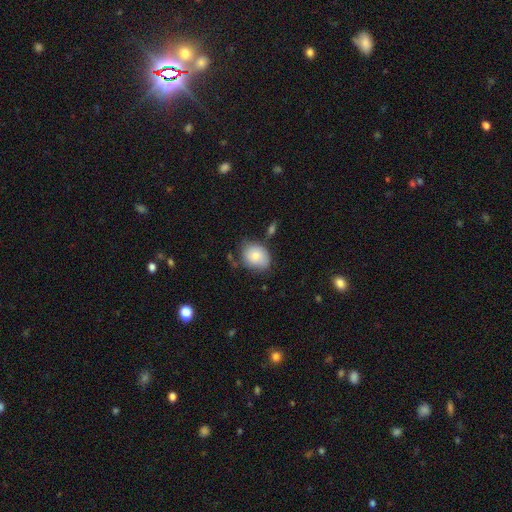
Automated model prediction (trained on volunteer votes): This appears to be a smooth galaxy with no disk features (76%) that is in between round and cigar-shaped (53%). Merging: none (64%).